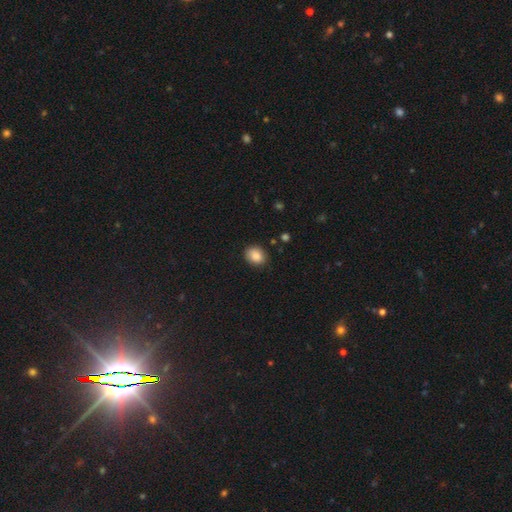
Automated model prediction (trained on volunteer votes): This appears to be a smooth galaxy with no disk features (87%) that is in between round and cigar-shaped (52%). Merging: none (83%).